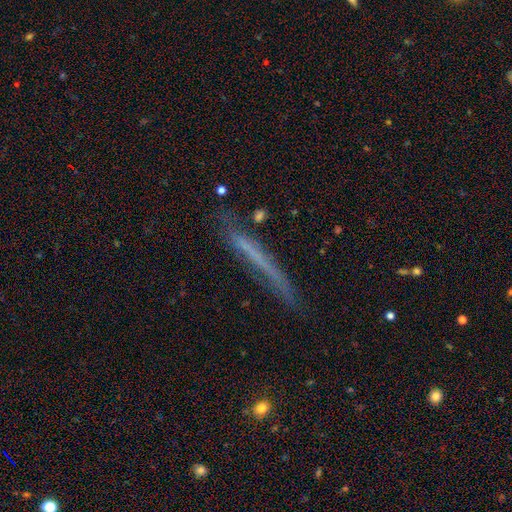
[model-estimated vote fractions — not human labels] Smooth or featured? featured or disk (46%)
Merging? none (71%)